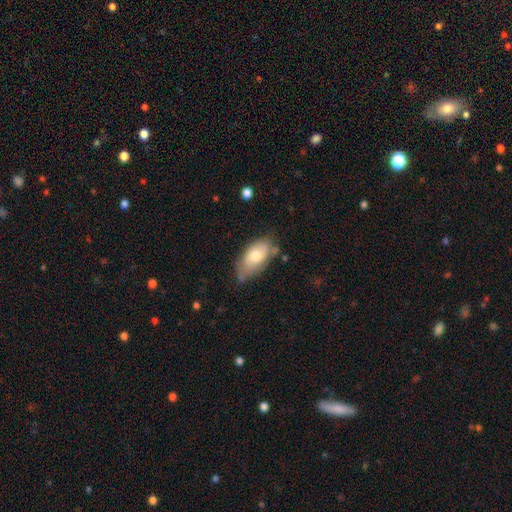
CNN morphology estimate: A smooth galaxy with no disk features (63%) that is in between round and cigar-shaped (92%).

Vote fractions:
- Smooth or featured? smooth: 63% / featured or disk: 31% / star or artifact: 6%
- How rounded? in between: 92% / round: 4% / cigar-shaped: 4%
- Merging? none: 51% / minor disturbance: 34% / major disturbance: 9% / merger: 5%